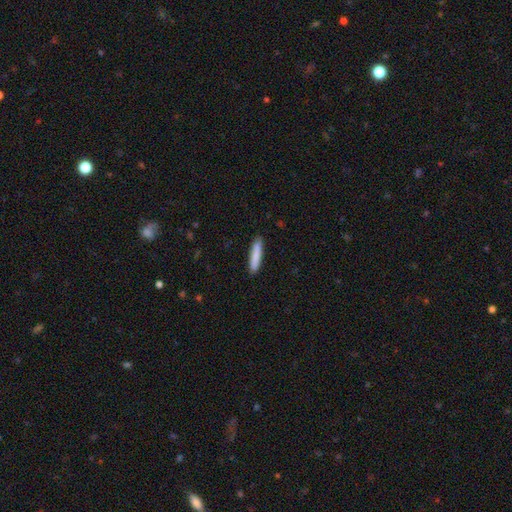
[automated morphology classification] Smooth or featured: smooth — 85% (featured or disk — 9%)
How rounded: cigar-shaped — 89% (in between — 10%)
Merging: none — 90% (minor disturbance — 8%)